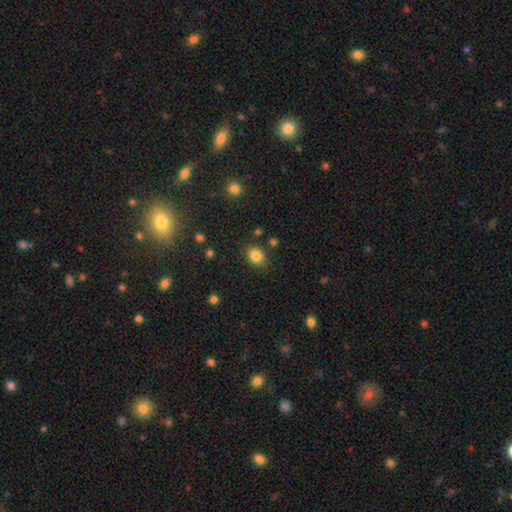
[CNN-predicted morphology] smooth 85%, star or artifact 10%, featured or disk 5%. Down the decision tree: how rounded — in between (58%); merging — none (80%).